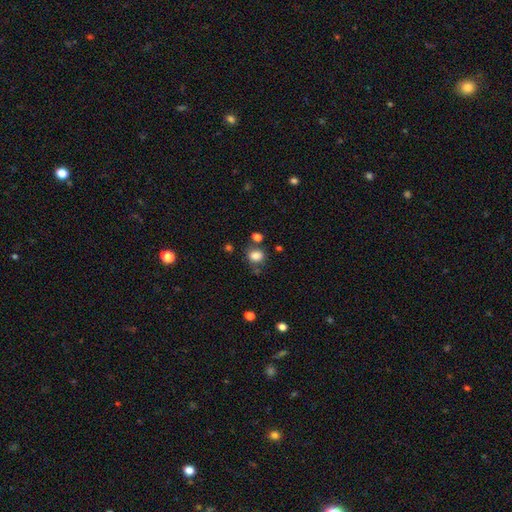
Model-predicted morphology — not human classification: This is clearly a smooth galaxy (83%). How rounded: possibly round (54%). Merging: likely none (68%).